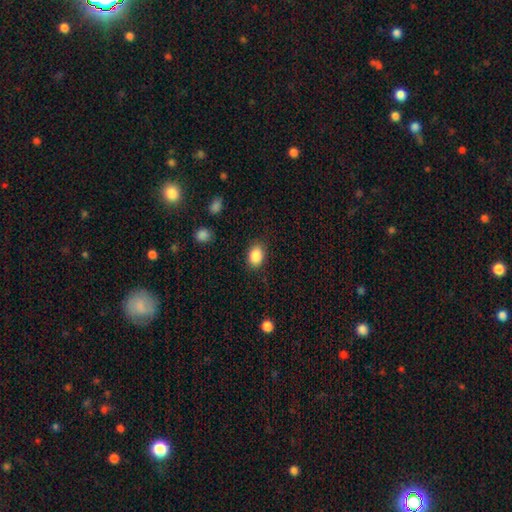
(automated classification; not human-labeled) smooth 88%, star or artifact 8%, featured or disk 4%. Down the decision tree: how rounded — in between (70%); merging — none (83%).